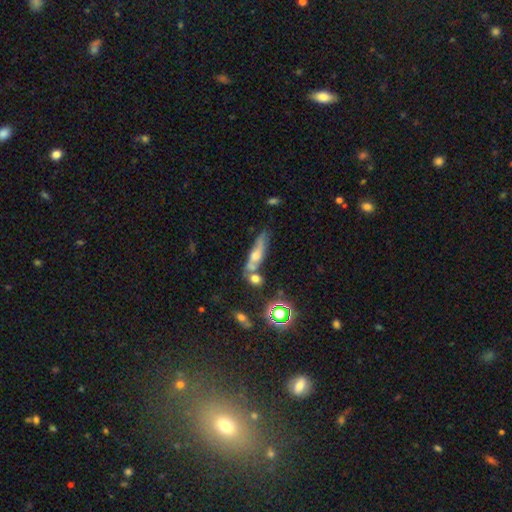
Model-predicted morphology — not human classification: A featured or disk galaxy (47%).

Vote fractions:
- Smooth or featured? featured or disk: 47% / smooth: 36% / star or artifact: 17%
- Merging? none: 51% / merger: 25% / minor disturbance: 17% / major disturbance: 7%